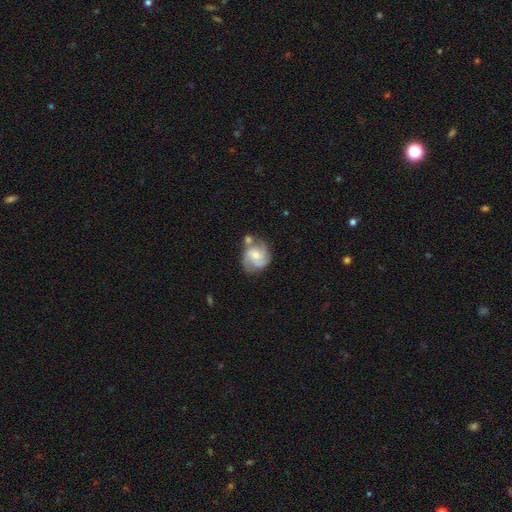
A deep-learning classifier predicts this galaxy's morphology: Smooth or featured? Predicted: featured or disk (p=0.71). Edge-on disk? Predicted: no (p=0.98). Bar? Predicted: no (p=0.62). Spiral arms? Predicted: yes (p=0.93). Spiral winding? Predicted: medium (p=0.49). Spiral arm count? Predicted: 3 (p=0.47). Bulge size? Predicted: small (p=0.47). Merging? Predicted: none (p=0.53).